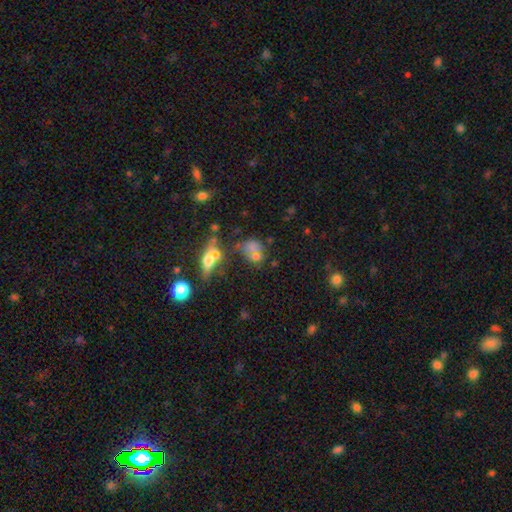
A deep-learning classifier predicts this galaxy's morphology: A smooth galaxy with no disk features (63%) that is in between round and cigar-shaped (53%).

Vote fractions:
- Smooth or featured? smooth: 63% / featured or disk: 20% / star or artifact: 17%
- How rounded? in between: 53% / round: 44% / cigar-shaped: 3%
- Merging? merger: 43% / none: 32% / minor disturbance: 14% / major disturbance: 11%